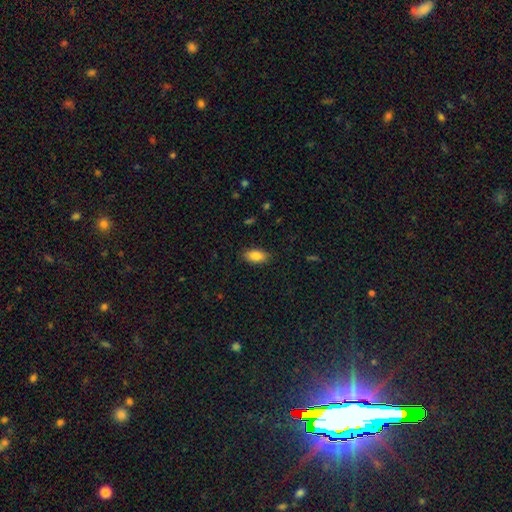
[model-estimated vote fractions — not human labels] This is clearly a smooth galaxy (85%). How rounded: clearly in between (91%). Merging: clearly none (87%).